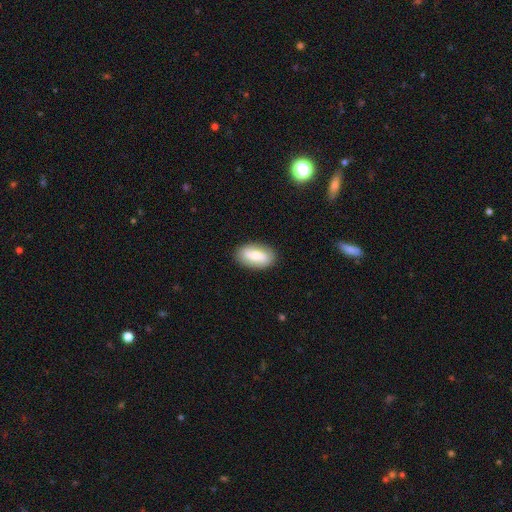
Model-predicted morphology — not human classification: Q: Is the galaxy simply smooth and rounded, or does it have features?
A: smooth — 64%.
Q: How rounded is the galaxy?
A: in between — 91%.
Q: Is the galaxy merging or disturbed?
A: none — 87%.